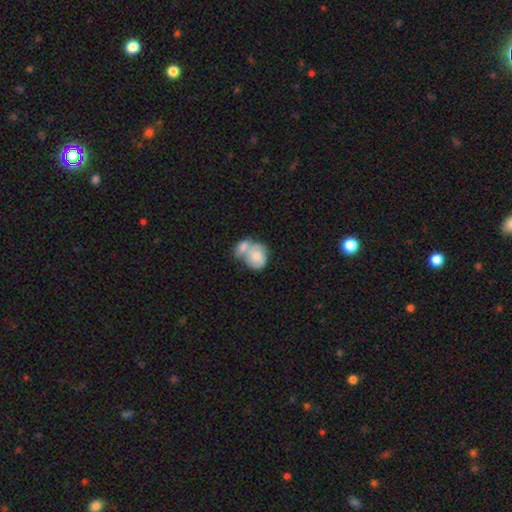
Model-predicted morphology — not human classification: Smooth or featured?
  - smooth: 60% *
  - featured or disk: 35%
  - star or artifact: 6%
How rounded?
  - round: 52% *
  - in between: 47%
  - cigar-shaped: 1%
Merging?
  - merger: 67% *
  - none: 17%
  - minor disturbance: 10%
  - major disturbance: 6%